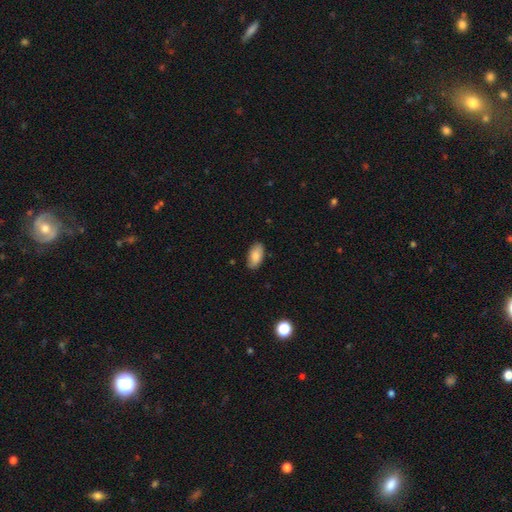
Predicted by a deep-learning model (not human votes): Smooth or featured: smooth — 86% (featured or disk — 8%)
How rounded: in between — 94% (cigar-shaped — 3%)
Merging: none — 85% (minor disturbance — 11%)